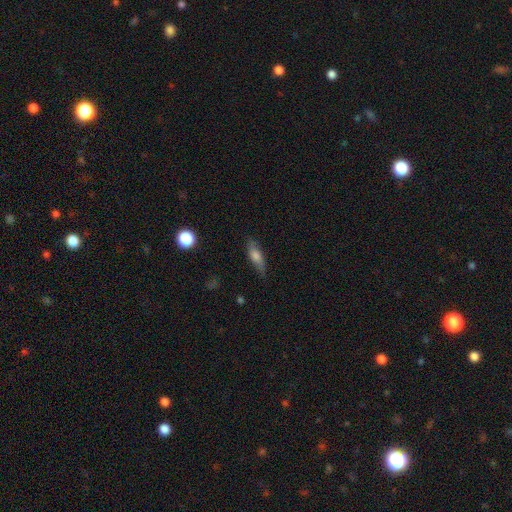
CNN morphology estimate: The model was most divided on "how rounded": cigar-shaped: 49%, in between: 47%, round: 4%. More confident: merging — none (79%); smooth or featured — smooth (62%).